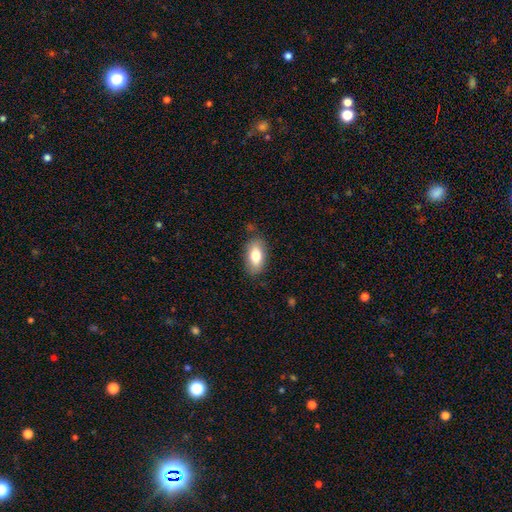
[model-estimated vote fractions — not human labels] A smooth galaxy with no disk features (78%) that is in between round and cigar-shaped (90%).

Vote fractions:
- Smooth or featured? smooth: 78% / featured or disk: 15% / star or artifact: 7%
- How rounded? in between: 90% / cigar-shaped: 6% / round: 5%
- Merging? none: 81% / minor disturbance: 14% / major disturbance: 3% / merger: 2%